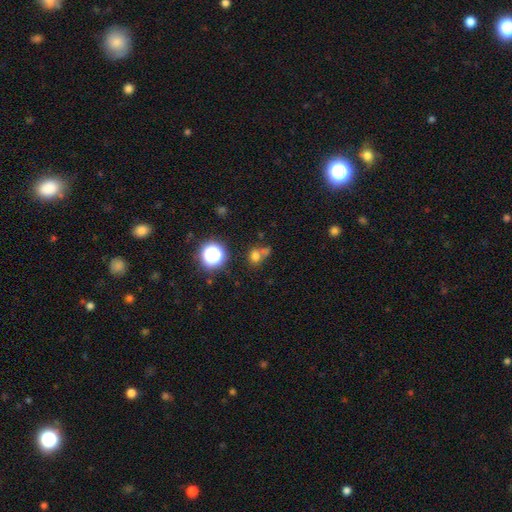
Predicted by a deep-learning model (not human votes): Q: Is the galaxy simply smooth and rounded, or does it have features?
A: smooth — 69%.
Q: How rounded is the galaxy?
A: round — 71%.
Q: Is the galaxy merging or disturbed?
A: none — 50%.